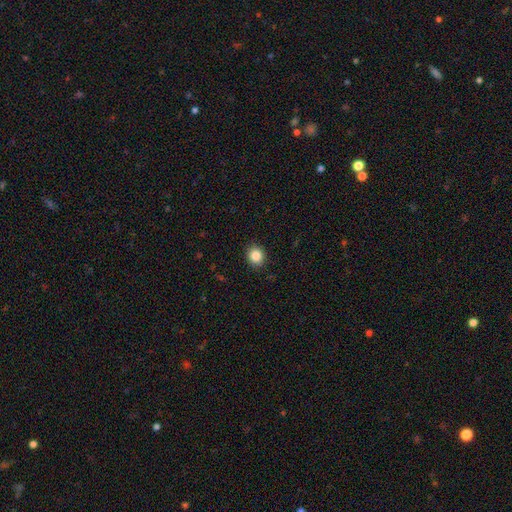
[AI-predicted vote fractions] smooth 86%, star or artifact 10%, featured or disk 4%. Down the decision tree: how rounded — round (77%); merging — none (90%).